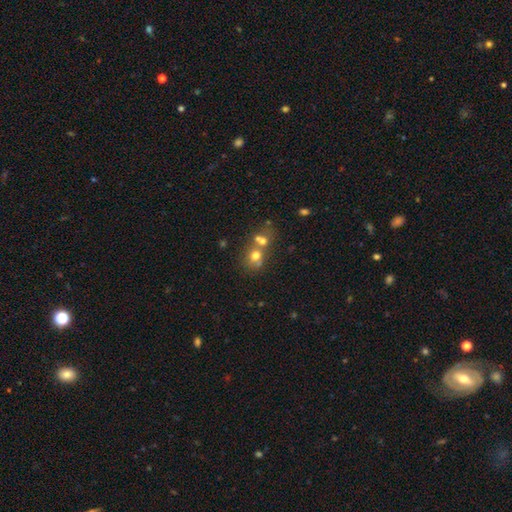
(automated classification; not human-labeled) Smooth or featured? Predicted: smooth (p=0.65). How rounded? Predicted: round (p=0.71). Merging? Predicted: merger (p=0.54).